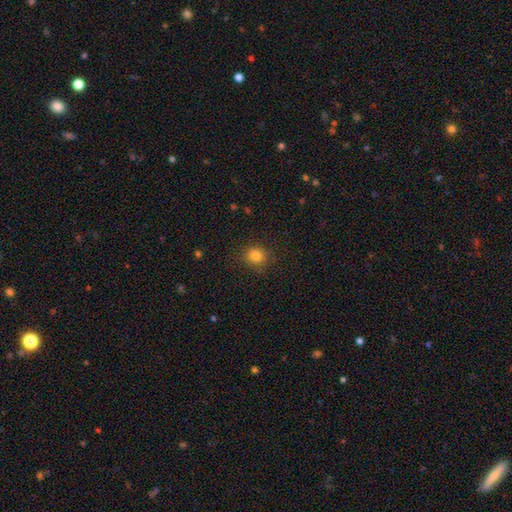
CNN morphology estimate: Overall: smooth (82%). How rounded: round (85%). Merging: none (87%).